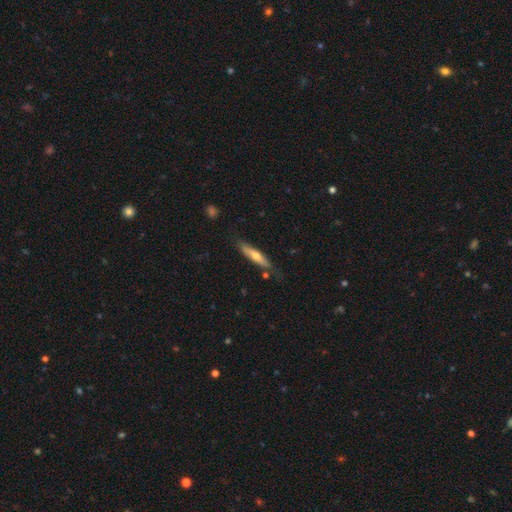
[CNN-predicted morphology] This appears to be a smooth galaxy with no disk features (50%). Merging: none (75%).